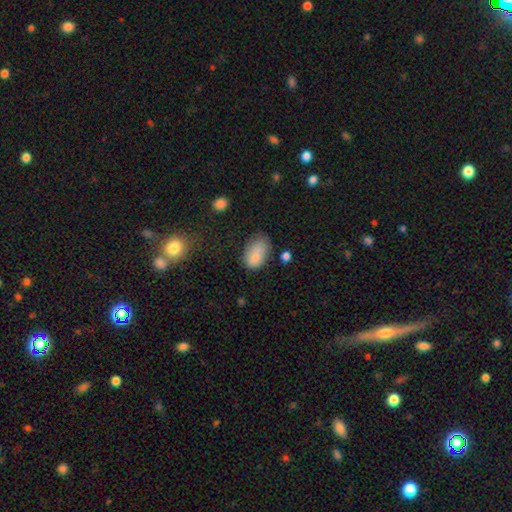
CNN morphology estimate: smooth_or_featured: smooth (p=0.80) [alt: featured or disk p=0.11]
how_rounded: in between (p=0.90) [alt: round p=0.08]
merging: none (p=0.51) [alt: minor disturbance p=0.32]